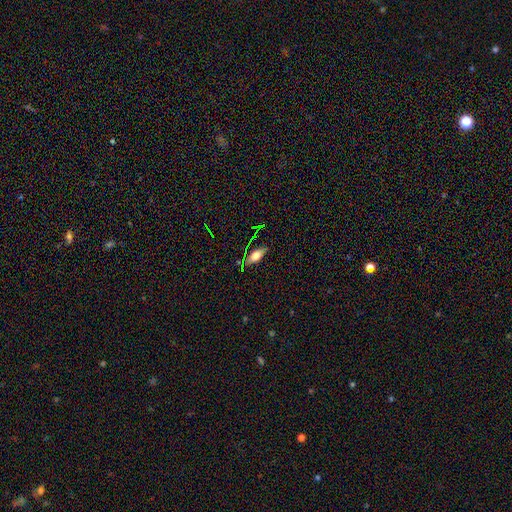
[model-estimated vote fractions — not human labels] Smooth or featured? Predicted: smooth (p=0.65). How rounded? Predicted: in between (p=0.78). Merging? Predicted: none (p=0.79).